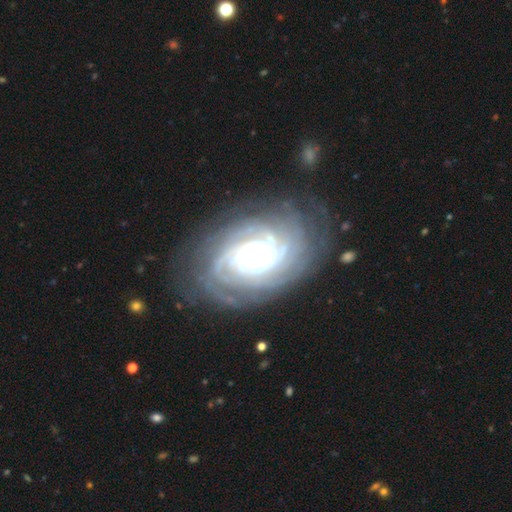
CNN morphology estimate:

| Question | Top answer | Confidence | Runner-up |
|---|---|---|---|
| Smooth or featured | featured or disk | 87% | smooth (7%) |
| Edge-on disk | no | 97% | yes (3%) |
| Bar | no | 70% | weak (21%) |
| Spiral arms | yes | 97% | no (3%) |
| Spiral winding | tight | 81% | medium (16%) |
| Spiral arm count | can't tell | 32% | more than 4 (17%) |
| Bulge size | small | 65% | moderate (23%) |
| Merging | none | 73% | minor disturbance (17%) |